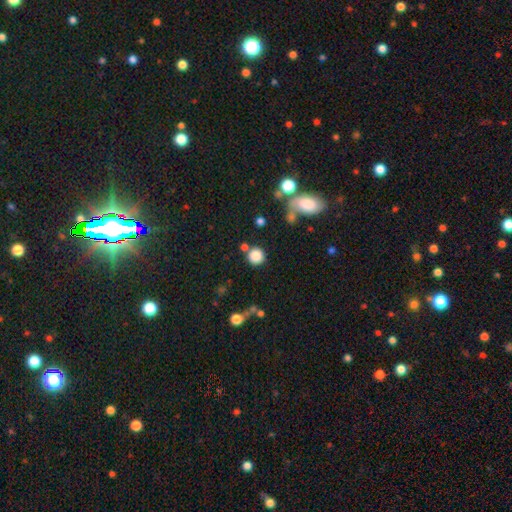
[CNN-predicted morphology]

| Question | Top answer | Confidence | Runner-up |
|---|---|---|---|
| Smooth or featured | smooth | 84% | star or artifact (10%) |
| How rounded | round | 93% | in between (6%) |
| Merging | none | 77% | merger (10%) |